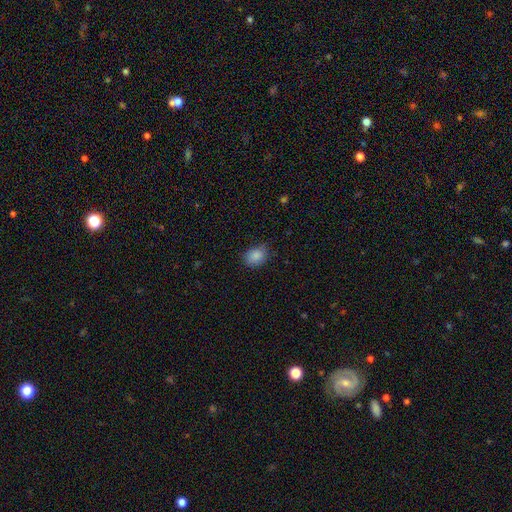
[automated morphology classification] Smooth or featured?
  - smooth: 87% *
  - star or artifact: 8%
  - featured or disk: 4%
How rounded?
  - in between: 65% *
  - round: 34%
  - cigar-shaped: 1%
Merging?
  - none: 74% *
  - minor disturbance: 21%
  - major disturbance: 4%
  - merger: 1%